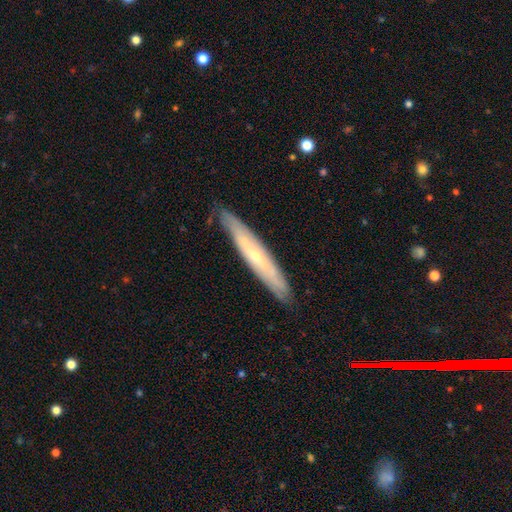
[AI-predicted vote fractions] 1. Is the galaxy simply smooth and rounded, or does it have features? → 64% featured or disk, 31% smooth, 6% star or artifact.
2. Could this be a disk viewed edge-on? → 71% yes, 29% no.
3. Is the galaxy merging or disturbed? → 86% none, 11% minor disturbance, 2% major disturbance, 1% merger.